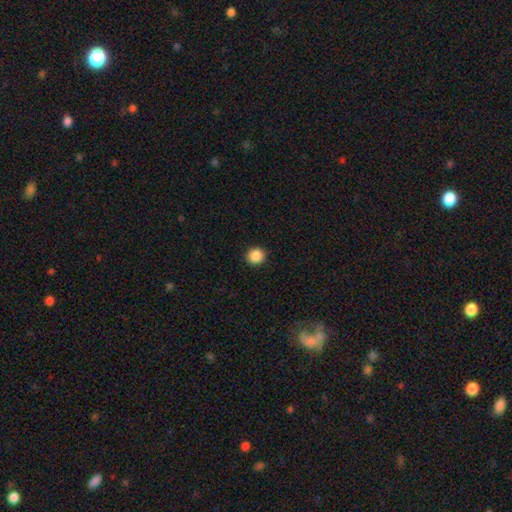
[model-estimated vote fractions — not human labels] Morphology: type=smooth (88%); roundness=round (94%); merging=none (93%).